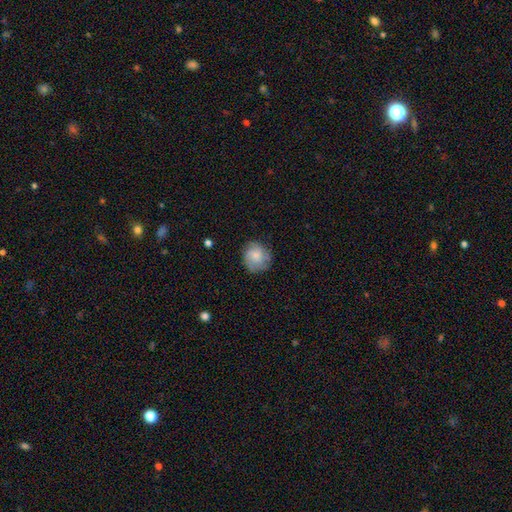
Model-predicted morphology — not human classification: The model was most divided on "smooth or featured": smooth: 68%, featured or disk: 25%, star or artifact: 7%. More confident: how rounded — round (83%); merging — none (76%).